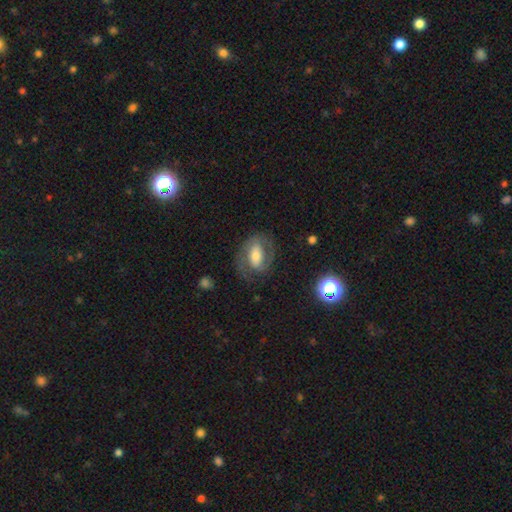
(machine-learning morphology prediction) Overall: featured or disk (67%). Edge-on disk: no (96%). Bar: weak (36%; strong 33%). Spiral arms: yes (77%). Bulge size: moderate (50%; small 27%). Merging: none (69%).